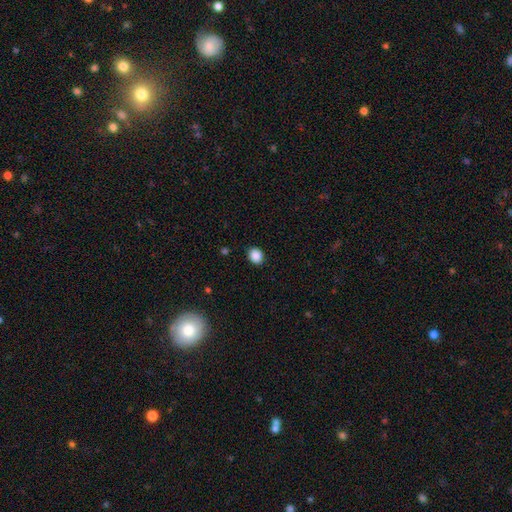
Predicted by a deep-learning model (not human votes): A smooth galaxy with no disk features (88%) that is round (64%). Merging: none (88%).